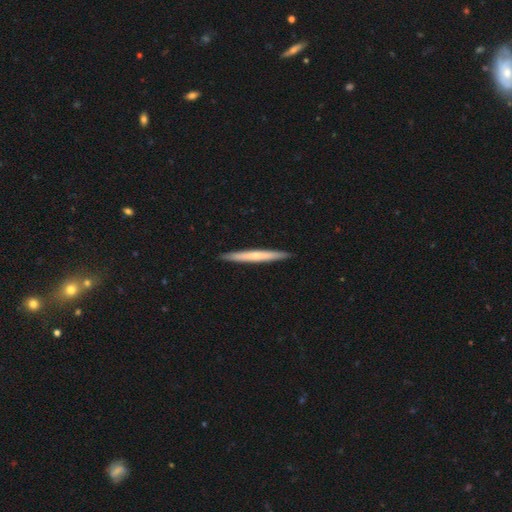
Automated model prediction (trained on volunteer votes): Smooth or featured? Predicted: smooth (p=0.49). Merging? Predicted: none (p=0.92).